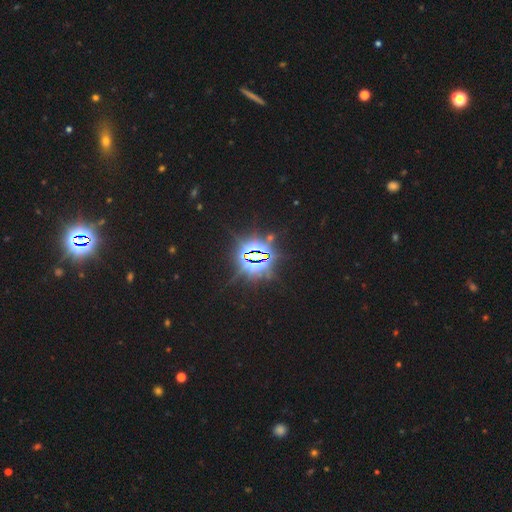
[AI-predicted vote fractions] A star or artifact, not a galaxy (85%).